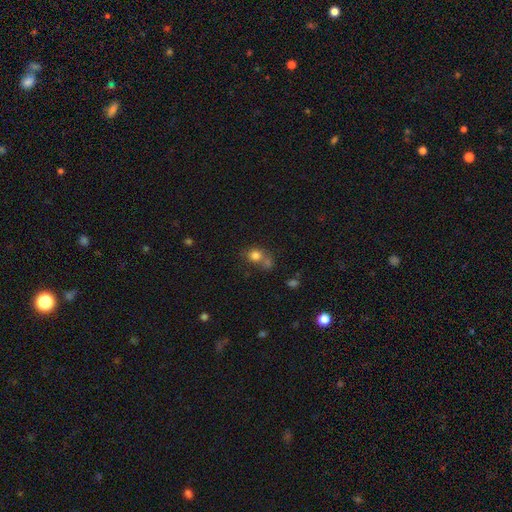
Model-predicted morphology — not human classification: type=smooth (78%); roundness=round (73%); merging=none (44%).